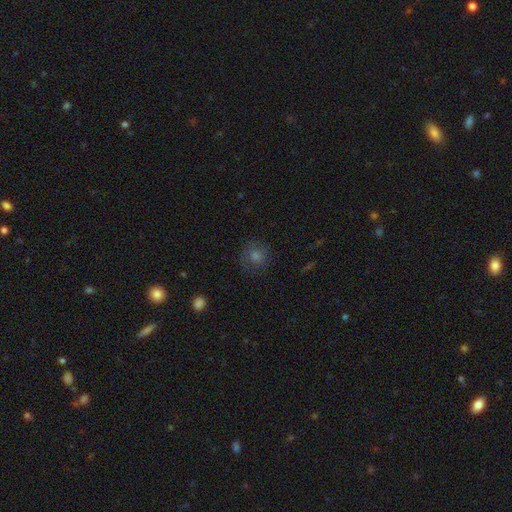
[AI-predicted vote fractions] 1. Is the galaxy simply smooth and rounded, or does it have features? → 56% smooth, 23% star or artifact, 22% featured or disk.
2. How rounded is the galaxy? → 88% round, 11% in between, 1% cigar-shaped.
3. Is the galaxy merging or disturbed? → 80% none, 13% minor disturbance, 6% major disturbance, 1% merger.